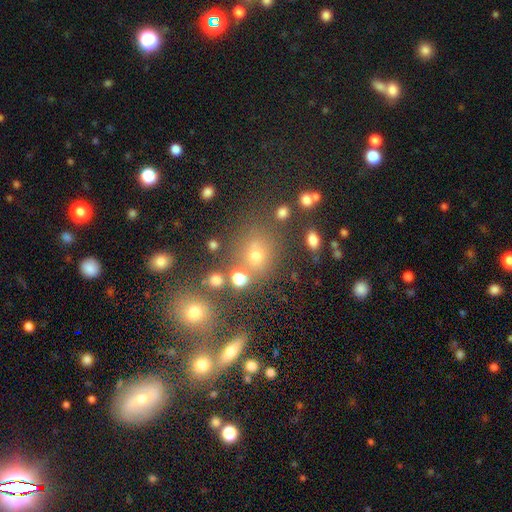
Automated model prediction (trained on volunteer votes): Smooth or featured? smooth (64%)
How rounded? round (66%)
Merging? none (65%)